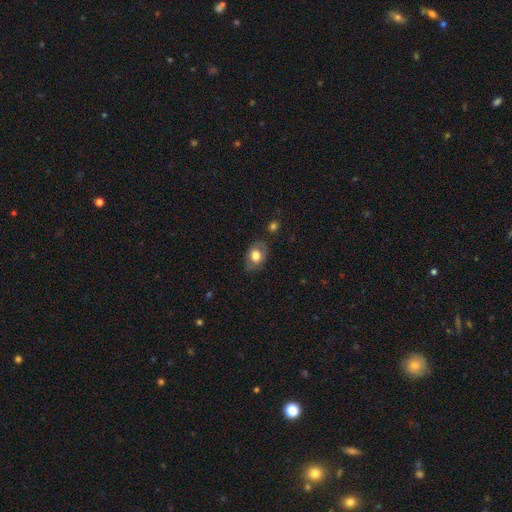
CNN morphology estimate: Overall: smooth (71%). How rounded: in between (74%). Merging: none (76%).